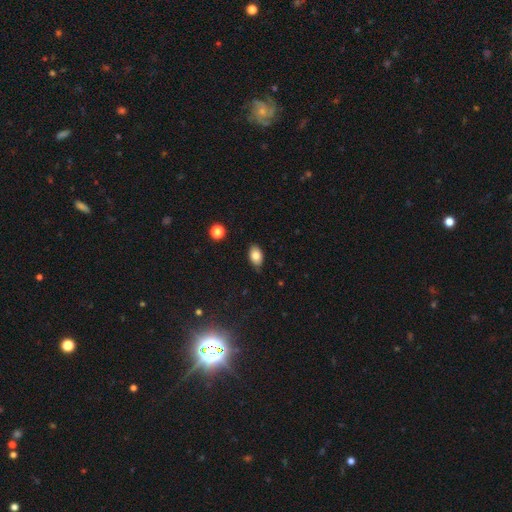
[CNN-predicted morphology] Q: Smooth or featured?
A: smooth (83%); runner-up: star or artifact (9%)
Q: How rounded?
A: in between (89%); runner-up: round (9%)
Q: Merging?
A: none (80%); runner-up: minor disturbance (16%)